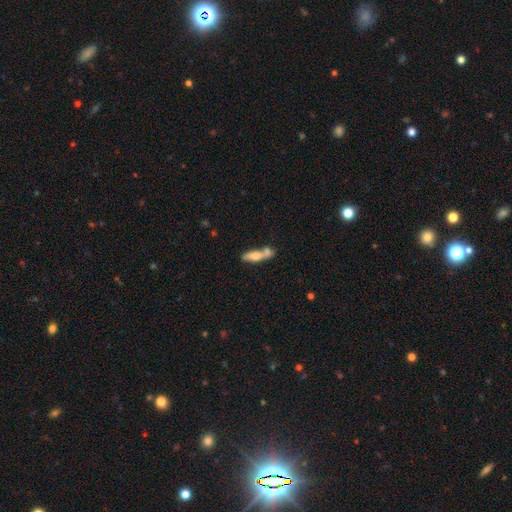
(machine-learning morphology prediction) Smooth or featured?
  - smooth: 58% *
  - featured or disk: 34%
  - star or artifact: 7%
How rounded?
  - cigar-shaped: 58% *
  - in between: 39%
  - round: 3%
Merging?
  - merger: 42% *
  - none: 39%
  - minor disturbance: 14%
  - major disturbance: 6%